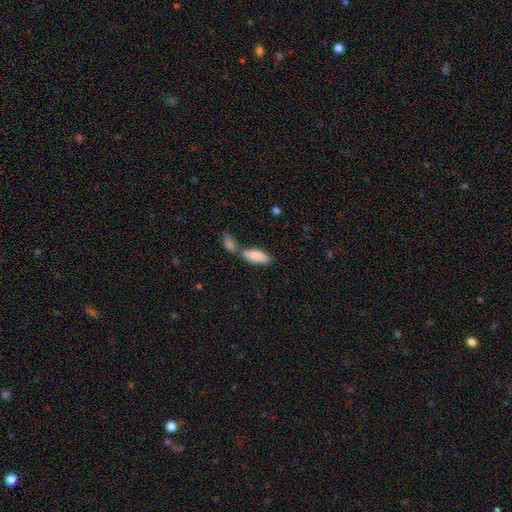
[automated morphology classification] Overall: smooth (85%). How rounded: in between (79%). Merging: none (49%; merger 36%).